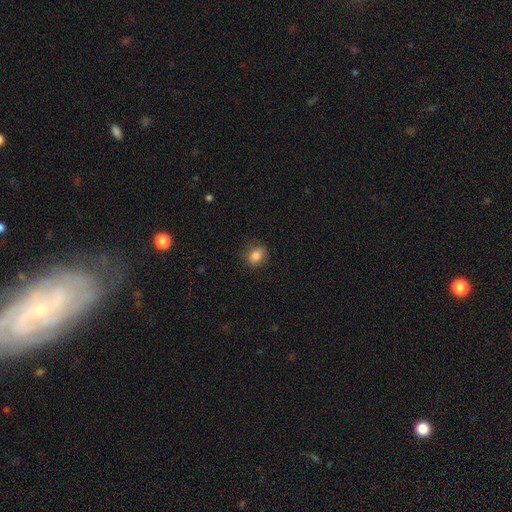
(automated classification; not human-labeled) Q: Smooth or featured?
A: smooth (82%); runner-up: star or artifact (9%)
Q: How rounded?
A: round (51%); runner-up: in between (48%)
Q: Merging?
A: none (79%); runner-up: minor disturbance (16%)